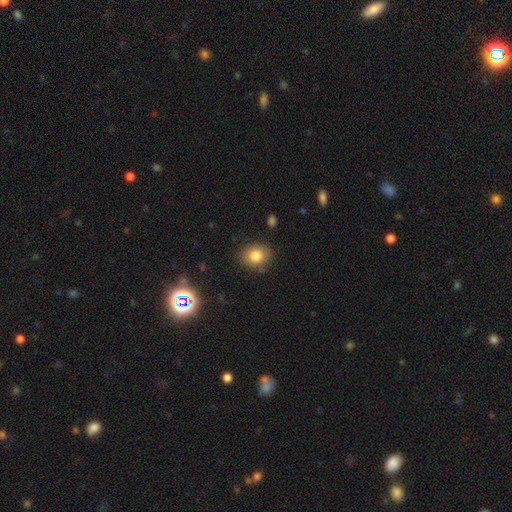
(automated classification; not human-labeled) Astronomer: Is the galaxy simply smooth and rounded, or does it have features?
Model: smooth — 81%.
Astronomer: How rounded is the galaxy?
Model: round — 58% (runner-up: in between, 41%).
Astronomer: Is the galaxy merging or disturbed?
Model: none — 83%.